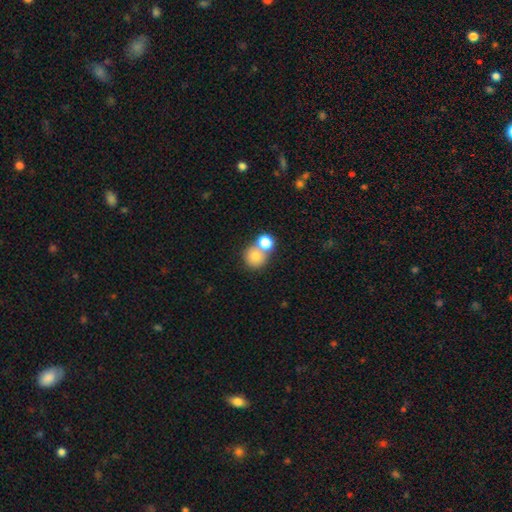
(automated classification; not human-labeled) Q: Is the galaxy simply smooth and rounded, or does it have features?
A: smooth — 77%.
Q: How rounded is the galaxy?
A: round — 86%.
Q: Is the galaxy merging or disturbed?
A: none — 46%.